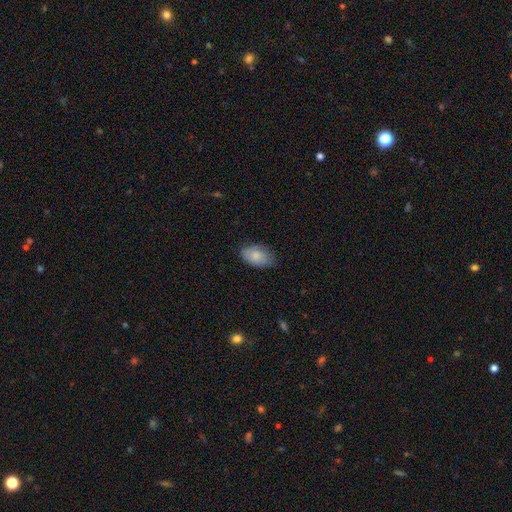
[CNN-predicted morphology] A smooth galaxy with no disk features (79%) that is in between round and cigar-shaped (92%). Merging: none (73%).